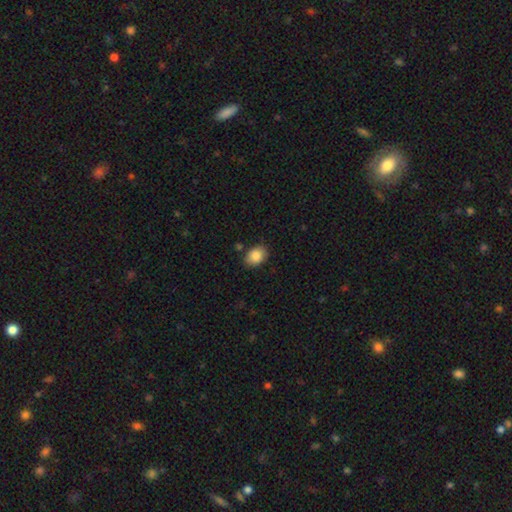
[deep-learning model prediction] Q: Smooth or featured?
A: smooth (86%); runner-up: star or artifact (7%)
Q: How rounded?
A: in between (76%); runner-up: round (23%)
Q: Merging?
A: none (84%); runner-up: minor disturbance (11%)